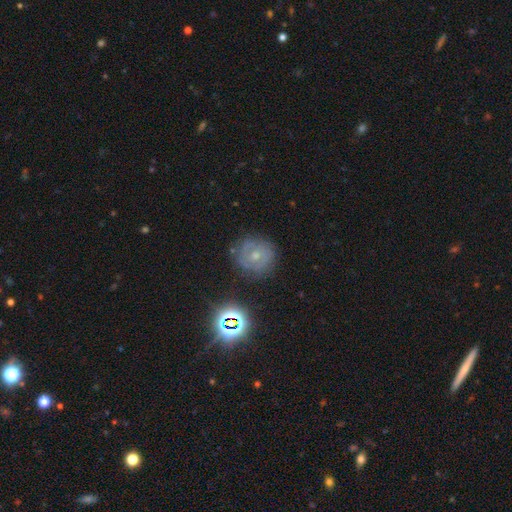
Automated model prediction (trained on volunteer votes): Smooth or featured: featured or disk — 66% (smooth — 21%)
Edge-on disk: no — 97% (yes — 3%)
Bar: no — 65% (weak — 29%)
Spiral arms: yes — 84% (no — 16%)
Spiral winding: tight — 64% (medium — 29%)
Spiral arm count: 2 — 45% (can't tell — 30%)
Bulge size: moderate — 51% (small — 43%)
Merging: none — 78% (minor disturbance — 15%)